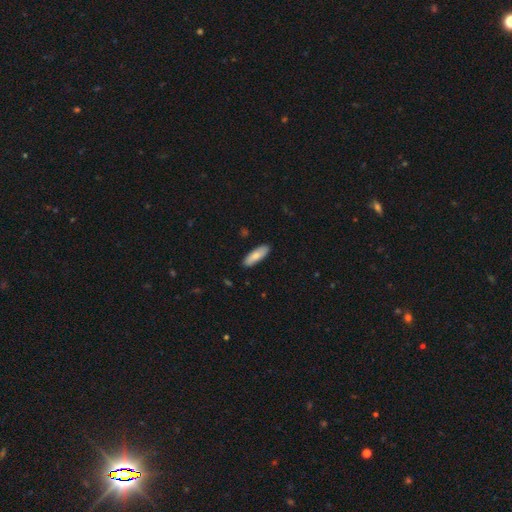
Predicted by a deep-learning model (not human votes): Morphology: type=smooth (80%); roundness=in between (54%); merging=none (89%).